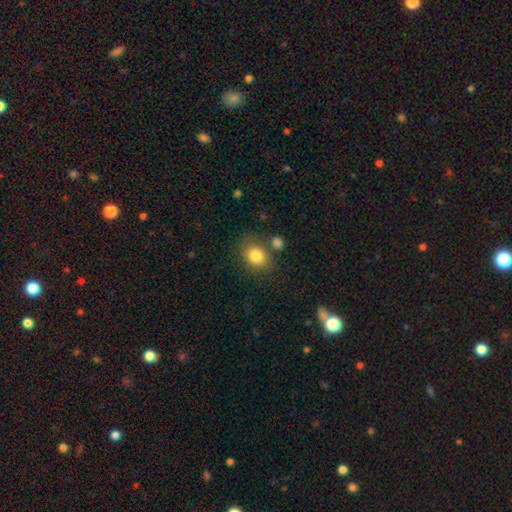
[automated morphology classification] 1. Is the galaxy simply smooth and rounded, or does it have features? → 82% smooth, 9% star or artifact, 9% featured or disk.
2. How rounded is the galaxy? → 53% in between, 46% round, 1% cigar-shaped.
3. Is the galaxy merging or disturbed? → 70% none, 14% minor disturbance, 11% merger, 5% major disturbance.